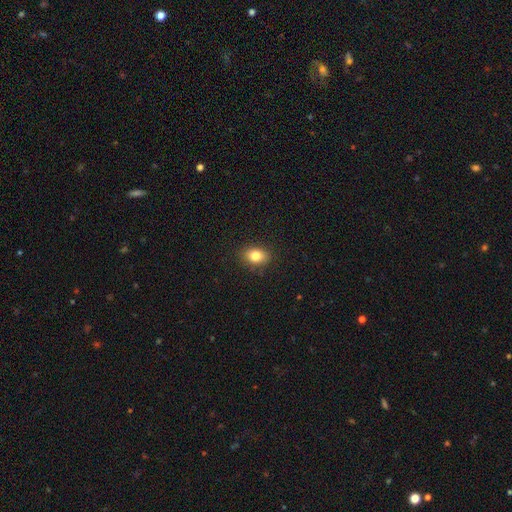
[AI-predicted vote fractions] The model was most divided on "how rounded": in between: 68%, round: 30%, cigar-shaped: 1%. More confident: merging — none (87%); smooth or featured — smooth (82%).